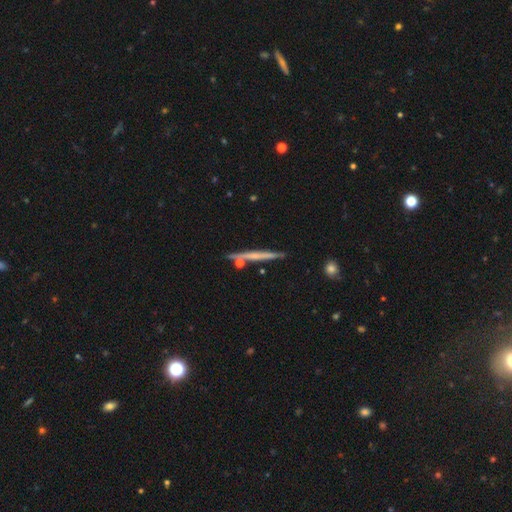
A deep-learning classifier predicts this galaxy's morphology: This appears to be a featured or disk galaxy (52%) viewed edge-on (96%) with no central bulge (76%). Merging: none (82%).